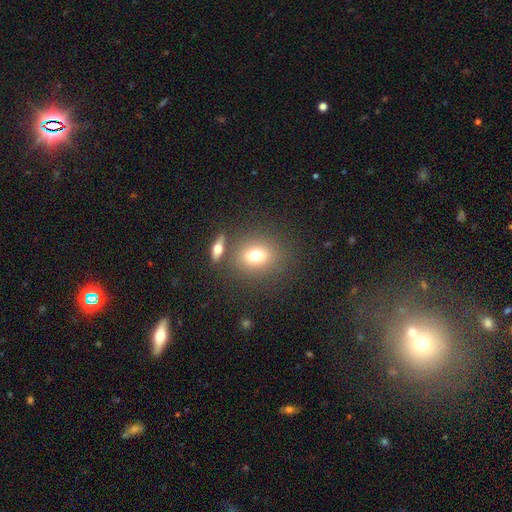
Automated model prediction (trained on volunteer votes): Q: Smooth or featured?
A: smooth (73%); runner-up: featured or disk (14%)
Q: How rounded?
A: round (53%); runner-up: in between (45%)
Q: Merging?
A: none (73%); runner-up: merger (12%)